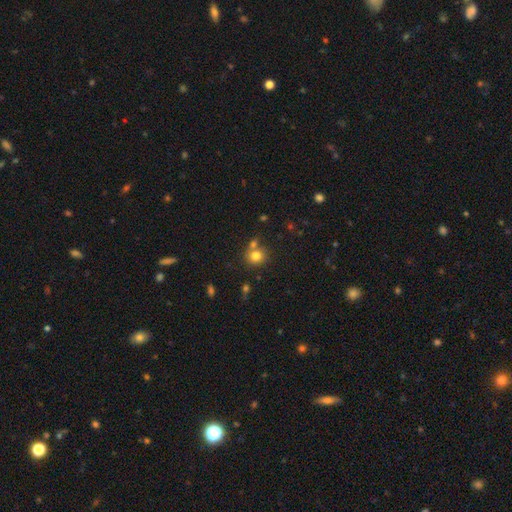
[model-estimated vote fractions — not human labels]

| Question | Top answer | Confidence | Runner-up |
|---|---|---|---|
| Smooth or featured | smooth | 79% | star or artifact (12%) |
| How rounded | round | 81% | in between (19%) |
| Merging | none | 60% | merger (27%) |